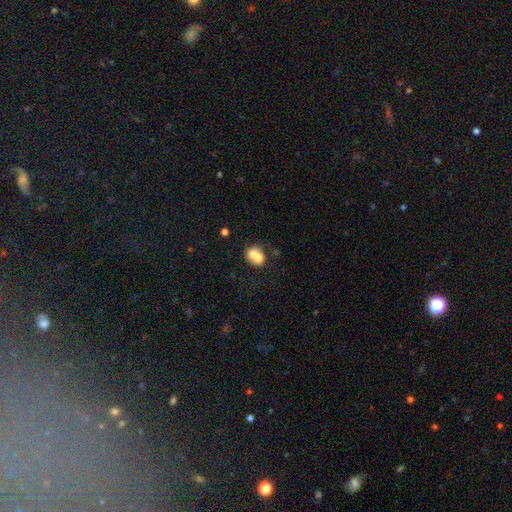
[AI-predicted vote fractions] smooth_or_featured: smooth (p=0.68) [alt: featured or disk p=0.22]
how_rounded: round (p=0.54) [alt: in between p=0.45]
merging: merger (p=0.63) [alt: none p=0.25]